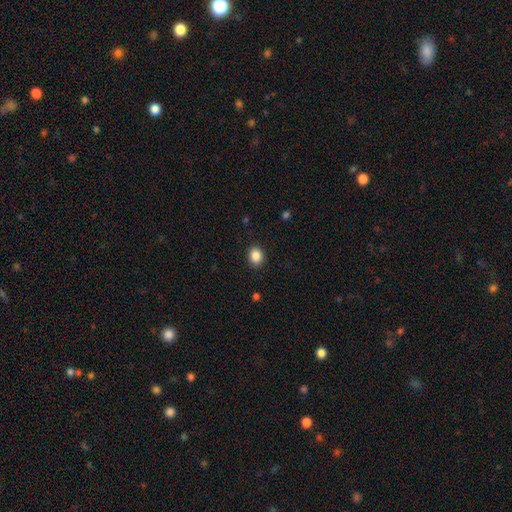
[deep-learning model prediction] smooth-or-featured: smooth: 88% | star or artifact: 9% | featured or disk: 3%
  how-rounded: round: 50% (tied) | in between: 50% (tied) | cigar-shaped: 1%
  merging: none: 89% | minor disturbance: 8% | major disturbance: 2% | merger: 1%